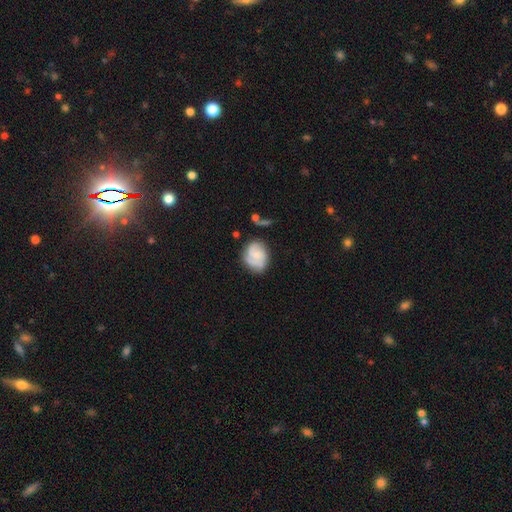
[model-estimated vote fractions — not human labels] Smooth or featured? featured or disk (54%)
Edge-on disk? no (97%)
Bar? no (68%)
Spiral arms? yes (87%)
Bulge size? small (51%)
Merging? none (64%)